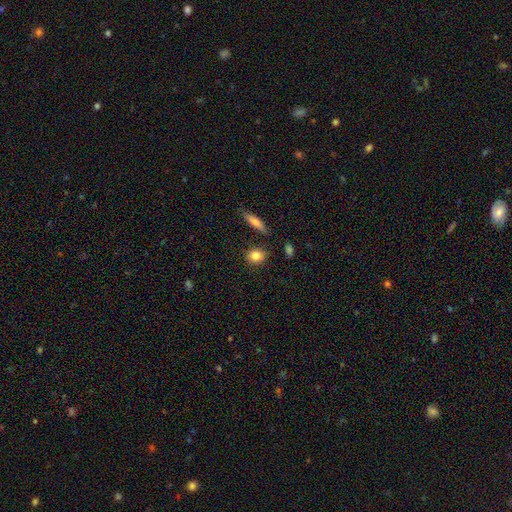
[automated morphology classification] Overall: smooth (83%). How rounded: round (65%; in between 31%). Merging: none (83%).